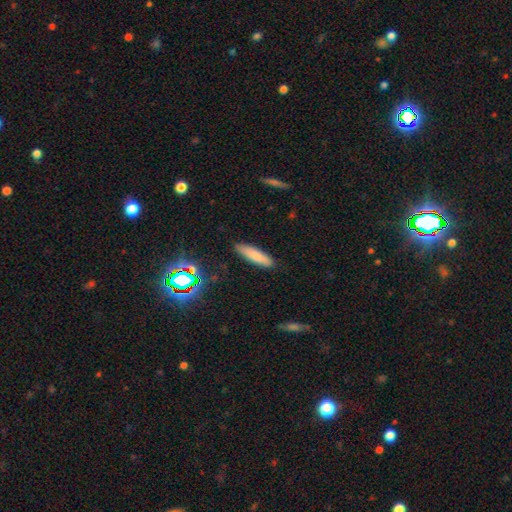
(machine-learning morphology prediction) Overall: smooth (79%). How rounded: cigar-shaped (71%). Merging: none (87%).